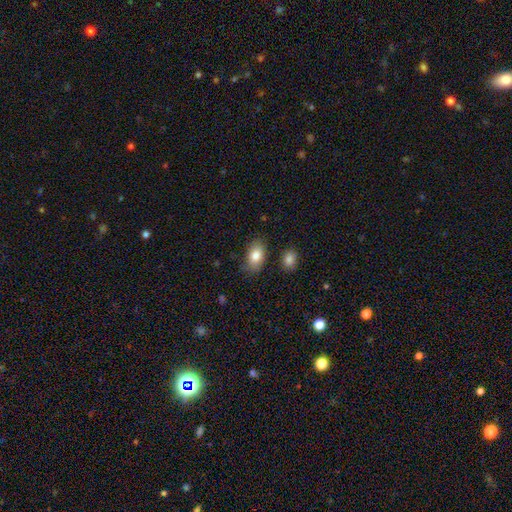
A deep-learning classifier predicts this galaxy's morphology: A smooth galaxy with no disk features (81%) that is in between round and cigar-shaped (91%). Merging: none (77%).